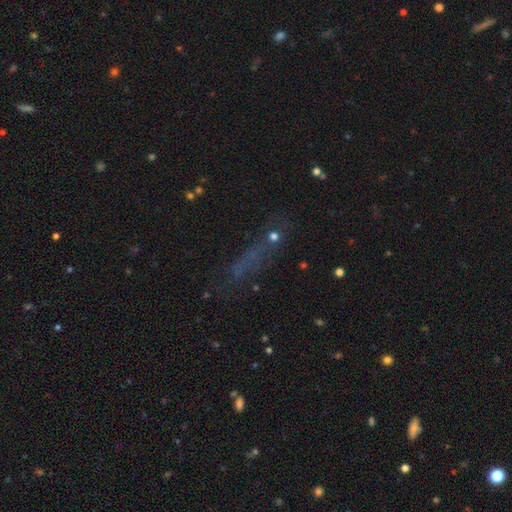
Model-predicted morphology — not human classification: This is possibly a star or artifact rather than a galaxy (50%).